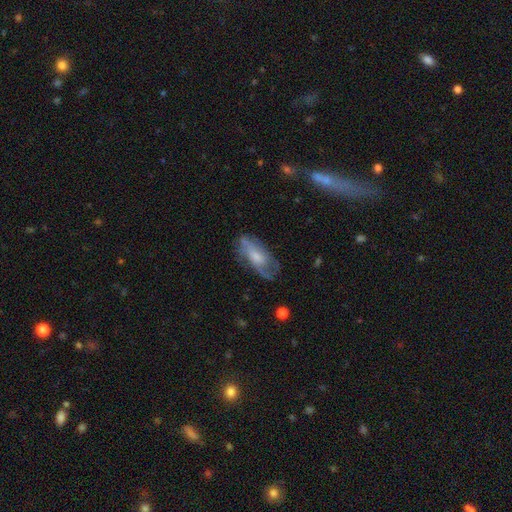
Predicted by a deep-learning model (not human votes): smooth_or_featured: featured or disk (p=0.57) [alt: smooth p=0.36]
disk_edge_on: no (p=0.88) [alt: yes p=0.12]
merging: none (p=0.59) [alt: minor disturbance p=0.25]